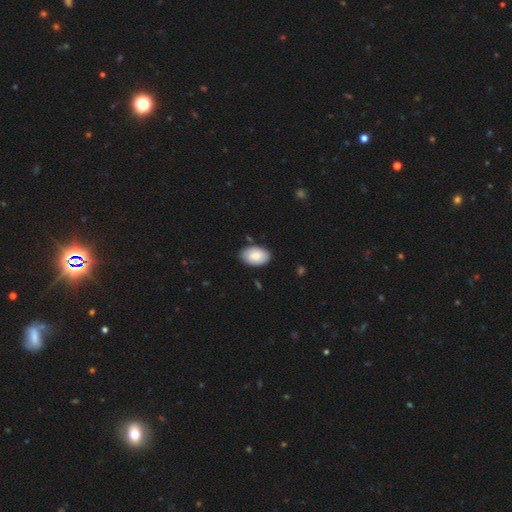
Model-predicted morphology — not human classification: A smooth galaxy with no disk features (86%) that is in between round and cigar-shaped (92%).

Vote fractions:
- Smooth or featured? smooth: 86% / featured or disk: 8% / star or artifact: 6%
- How rounded? in between: 92% / round: 7% / cigar-shaped: 1%
- Merging? none: 83% / minor disturbance: 13% / major disturbance: 2% / merger: 2%